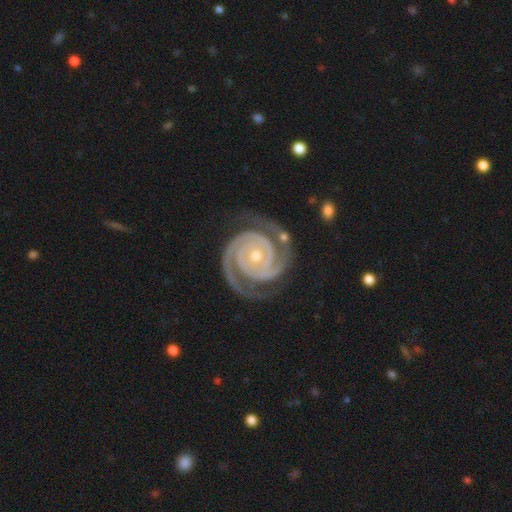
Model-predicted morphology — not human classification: This appears to be a featured or disk galaxy (94%) with no bar (73%), 2 (90%) tight (83%) spiral arms (99%) and a small central bulge (54%). Merging: none (80%).